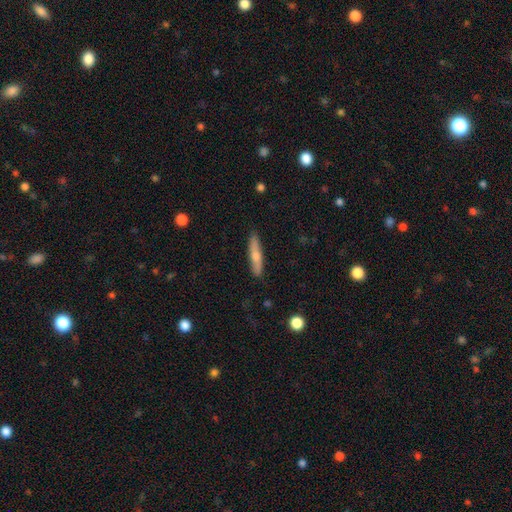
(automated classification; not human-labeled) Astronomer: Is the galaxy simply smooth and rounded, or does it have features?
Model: smooth — 64%.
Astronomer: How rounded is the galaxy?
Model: cigar-shaped — 87%.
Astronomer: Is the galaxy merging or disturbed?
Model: none — 88%.